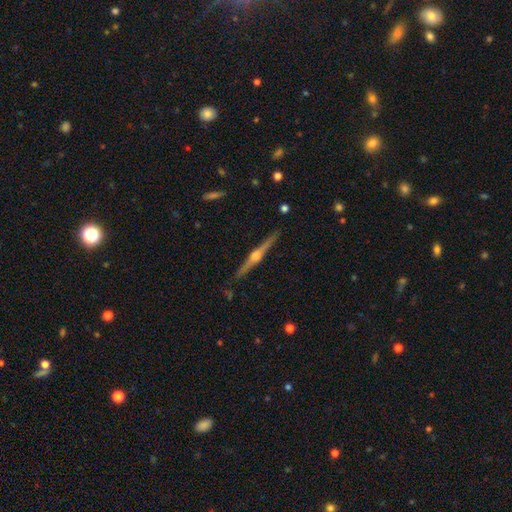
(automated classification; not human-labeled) Smooth or featured? featured or disk (85%)
Edge-on disk? yes (99%)
Edge-on bulge? rounded (93%)
Merging? none (91%)